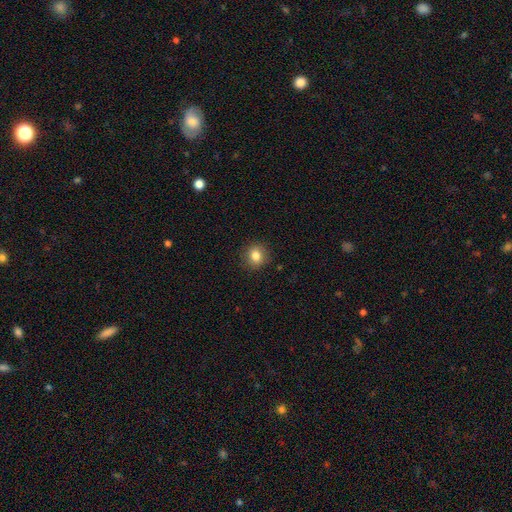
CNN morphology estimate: Smooth or featured: smooth — 83% (star or artifact — 10%)
How rounded: round — 82% (in between — 17%)
Merging: none — 89% (minor disturbance — 8%)